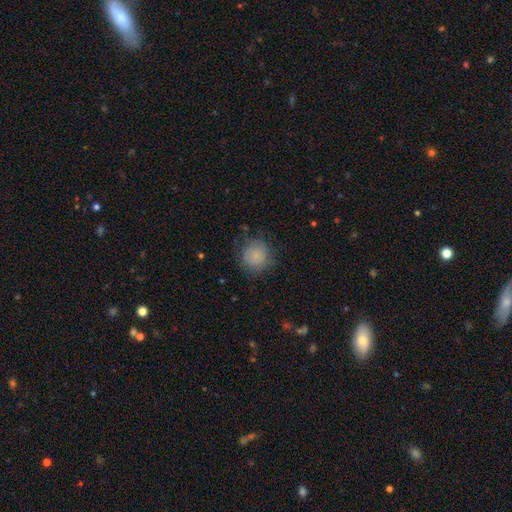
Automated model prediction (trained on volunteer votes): A smooth galaxy with no disk features (78%) that is round (89%). Merging: none (72%).